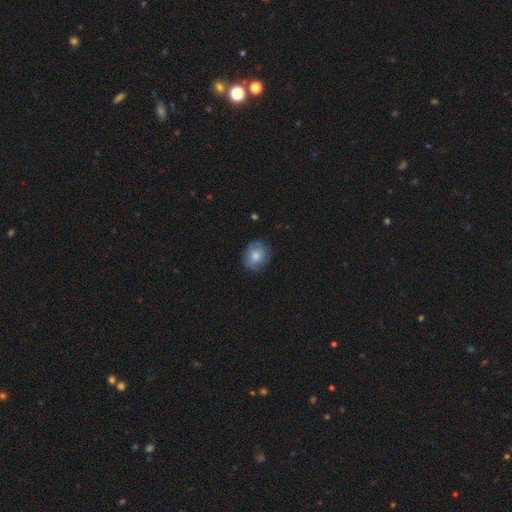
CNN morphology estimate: Smooth or featured? Predicted: smooth (p=0.78). How rounded? Predicted: round (p=0.62). Merging? Predicted: none (p=0.78).